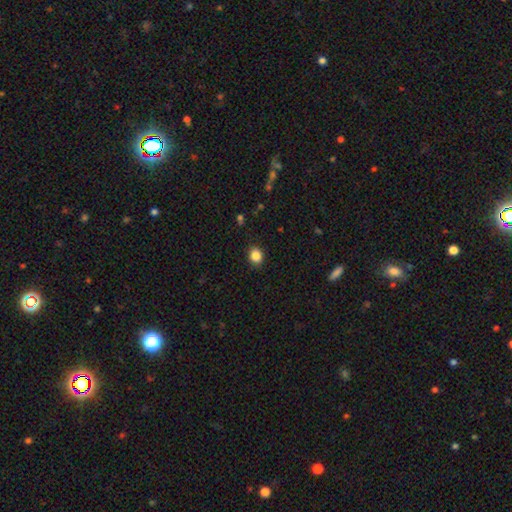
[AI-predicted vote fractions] A smooth galaxy with no disk features (86%) that is round (63%). Merging: none (88%).